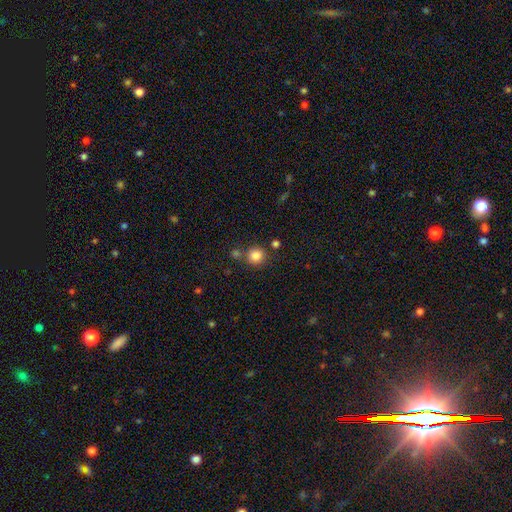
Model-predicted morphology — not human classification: type=smooth (84%); roundness=round (91%); merging=none (75%).